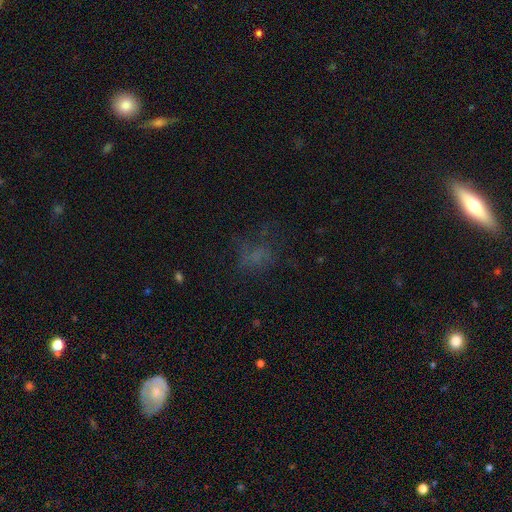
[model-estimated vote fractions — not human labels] This appears to be a smooth galaxy with no disk features (47%). Merging: none (52%).